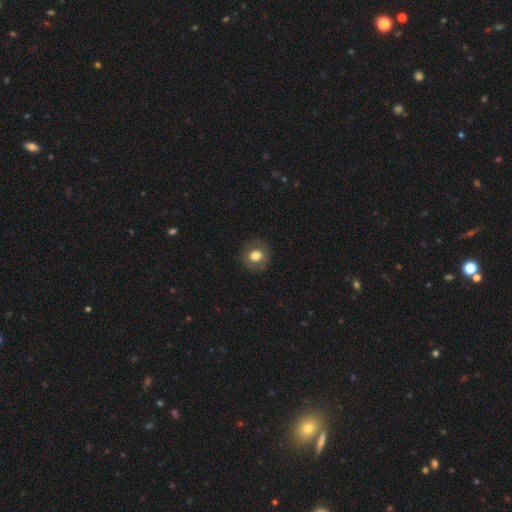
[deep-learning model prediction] This is likely a smooth galaxy (72%). How rounded: clearly round (85%). Merging: clearly none (86%).